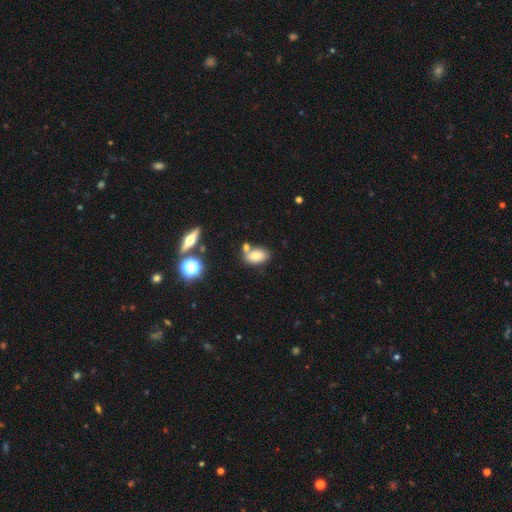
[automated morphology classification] A smooth galaxy with no disk features (77%) that is in between round and cigar-shaped (89%). Merging: none (61%).